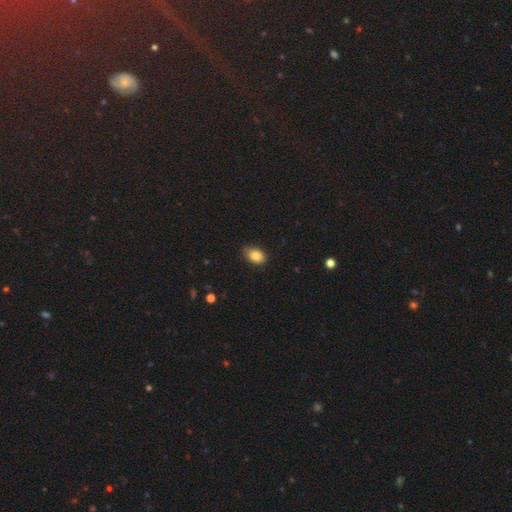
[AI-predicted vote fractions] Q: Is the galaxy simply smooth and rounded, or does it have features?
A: smooth — 85%.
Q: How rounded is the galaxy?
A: in between — 80%.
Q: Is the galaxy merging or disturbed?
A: none — 76%.